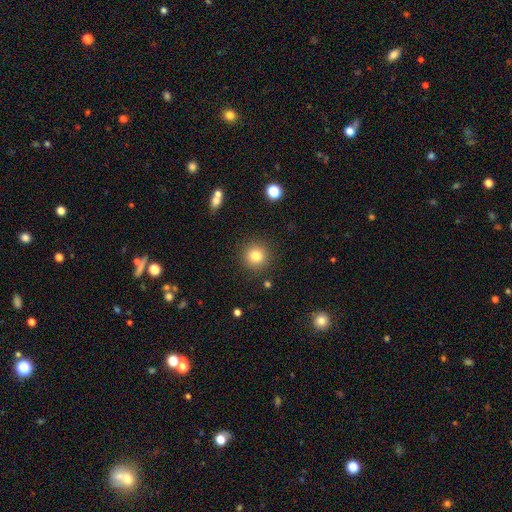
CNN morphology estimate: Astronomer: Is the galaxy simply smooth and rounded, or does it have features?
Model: smooth — 81%.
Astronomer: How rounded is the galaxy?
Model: round — 94%.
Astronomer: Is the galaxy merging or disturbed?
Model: none — 90%.